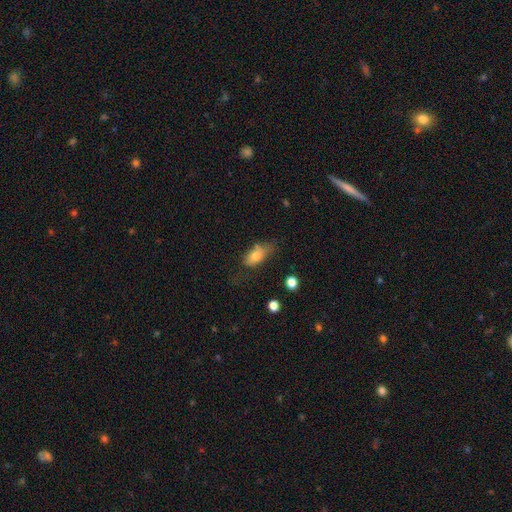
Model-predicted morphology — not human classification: type=smooth (75%); roundness=in between (85%); merging=none (45%).